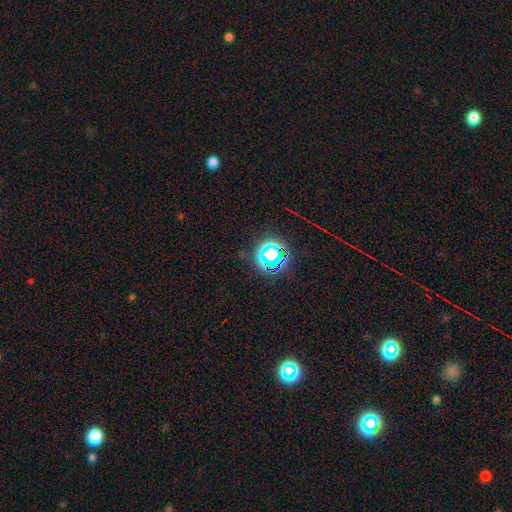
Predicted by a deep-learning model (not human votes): Smooth or featured?
  - star or artifact: 77% *
  - smooth: 15%
  - featured or disk: 9%